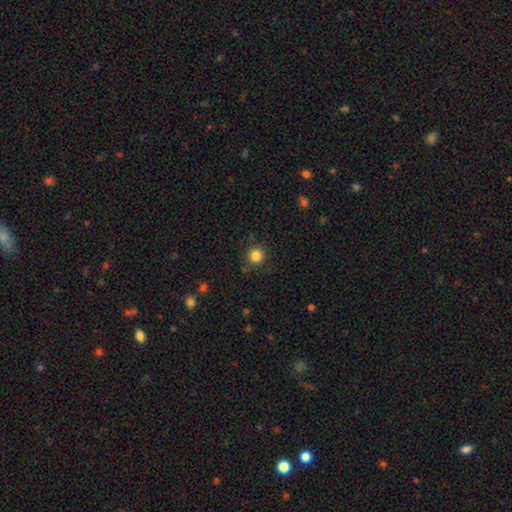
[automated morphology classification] This appears to be a smooth galaxy with no disk features (84%) that is round (93%). Merging: none (86%).